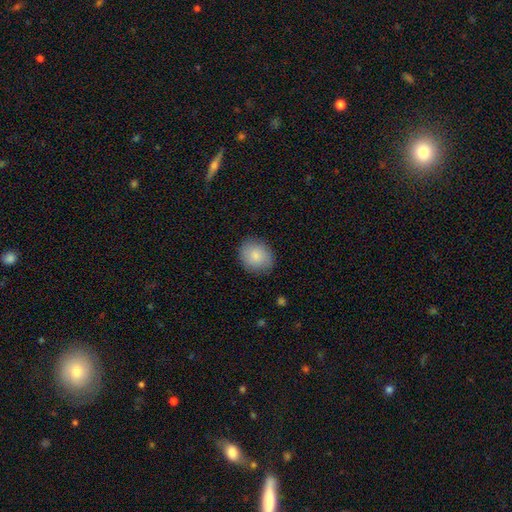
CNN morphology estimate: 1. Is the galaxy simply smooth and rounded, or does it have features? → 84% smooth, 9% featured or disk, 7% star or artifact.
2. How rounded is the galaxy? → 68% round, 32% in between, 1% cigar-shaped.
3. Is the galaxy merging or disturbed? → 85% none, 11% minor disturbance, 3% major disturbance, 1% merger.